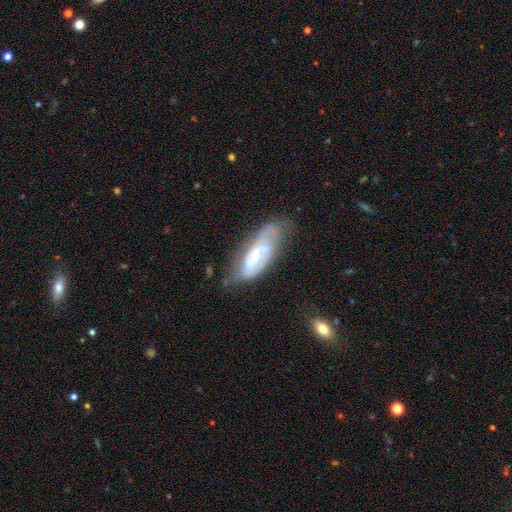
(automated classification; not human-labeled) Overall: featured or disk (66%; smooth 27%). Edge-on disk: no (86%). Bar: no (58%; weak 31%). Spiral arms: yes (60%; no 40%). Bulge size: small (48%; moderate 44%). Merging: none (47%; minor disturbance 31%).